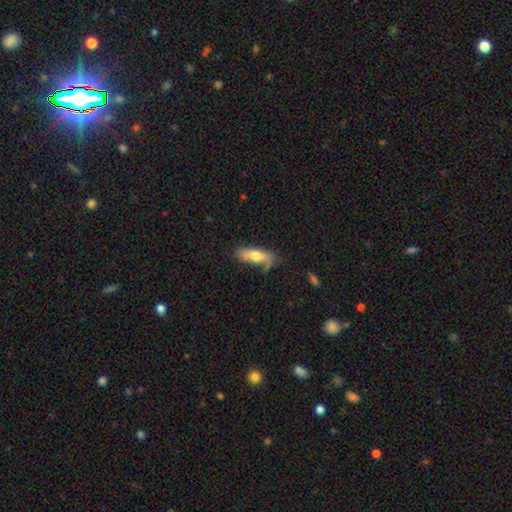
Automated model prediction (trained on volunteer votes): Morphology: type=smooth (66%); roundness=in between (62%); merging=none (53%).